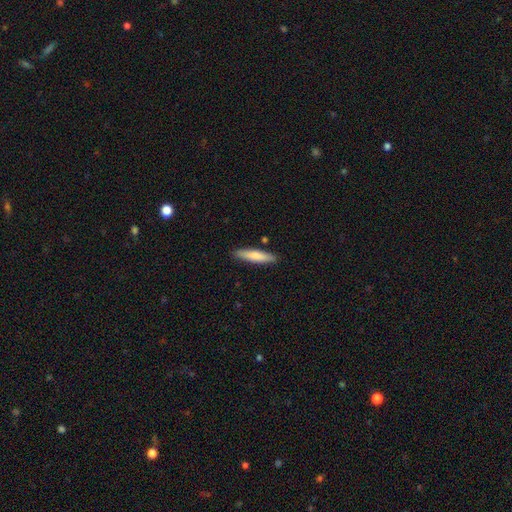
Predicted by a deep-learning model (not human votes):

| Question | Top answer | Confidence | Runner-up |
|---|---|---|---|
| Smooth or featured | smooth | 76% | featured or disk (19%) |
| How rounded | cigar-shaped | 86% | in between (12%) |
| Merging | none | 89% | minor disturbance (8%) |